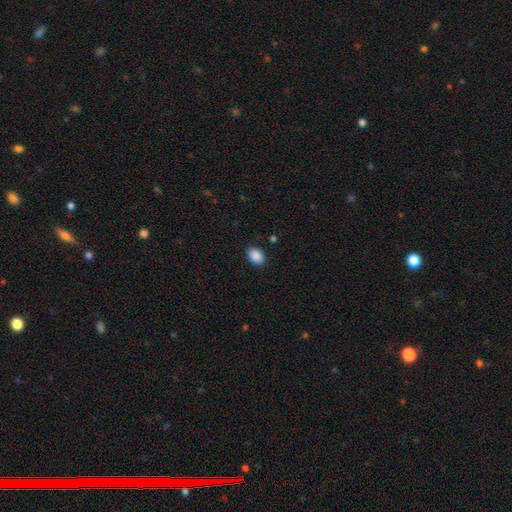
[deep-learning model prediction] Smooth or featured? Predicted: smooth (p=0.90). How rounded? Predicted: in between (p=0.81). Merging? Predicted: none (p=0.89).